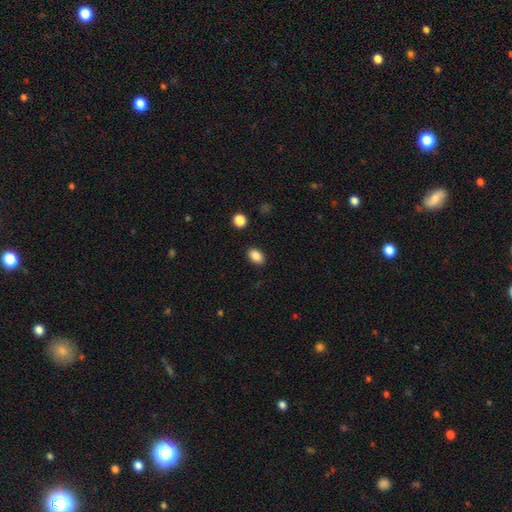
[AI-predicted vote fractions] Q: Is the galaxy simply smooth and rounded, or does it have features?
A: smooth — 87%.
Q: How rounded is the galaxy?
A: in between — 85%.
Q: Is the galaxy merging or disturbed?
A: none — 88%.